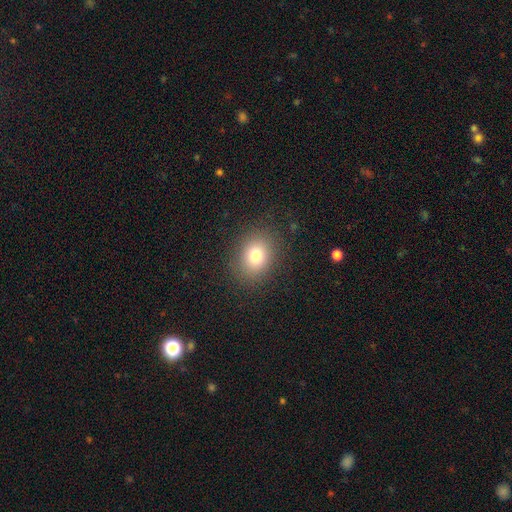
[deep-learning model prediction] smooth-or-featured: smooth: 78% | star or artifact: 13% | featured or disk: 9%
  how-rounded: round: 59% | in between: 40% | cigar-shaped: 1%
  merging: none: 87% | minor disturbance: 8% | major disturbance: 4% | merger: 1%